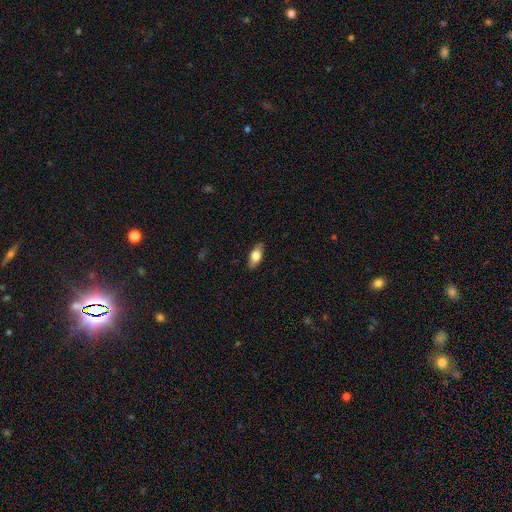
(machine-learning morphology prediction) smooth-or-featured: smooth: 72% | featured or disk: 22% | star or artifact: 6%
  how-rounded: in between: 84% | cigar-shaped: 12% | round: 4%
  merging: none: 86% | minor disturbance: 11% | major disturbance: 2% | merger: 1%